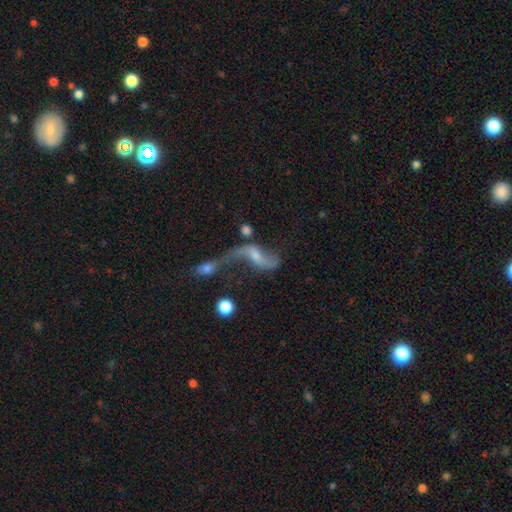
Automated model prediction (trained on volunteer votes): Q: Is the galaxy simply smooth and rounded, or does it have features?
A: featured or disk — 74%.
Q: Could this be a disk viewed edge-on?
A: no — 91%.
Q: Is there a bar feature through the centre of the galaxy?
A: no — 45%.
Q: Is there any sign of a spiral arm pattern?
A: yes — 81%.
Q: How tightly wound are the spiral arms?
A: loose — 90%.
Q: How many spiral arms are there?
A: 2 — 80%.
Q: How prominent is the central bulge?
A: small — 48%.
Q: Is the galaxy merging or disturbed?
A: merger — 48%.